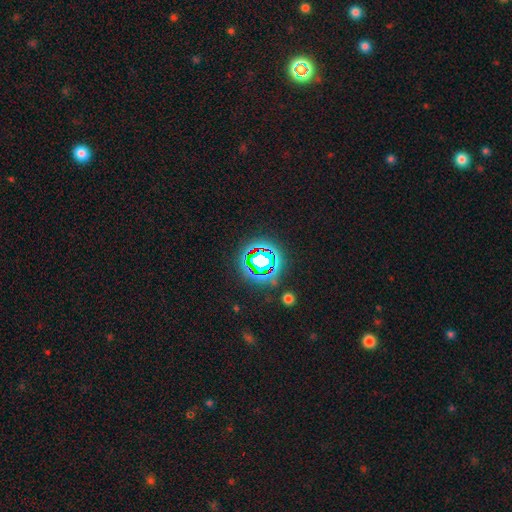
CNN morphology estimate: Q: Smooth or featured?
A: star or artifact (68%); runner-up: smooth (20%)